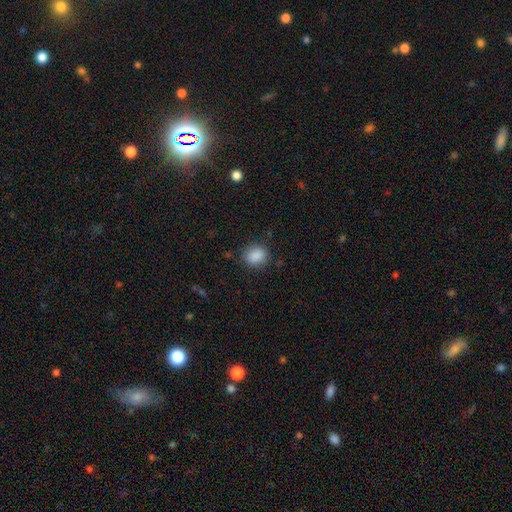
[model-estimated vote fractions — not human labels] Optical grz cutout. It shows a smooth galaxy with no disk features (88%) that is round (52%). Merging: none (84%).